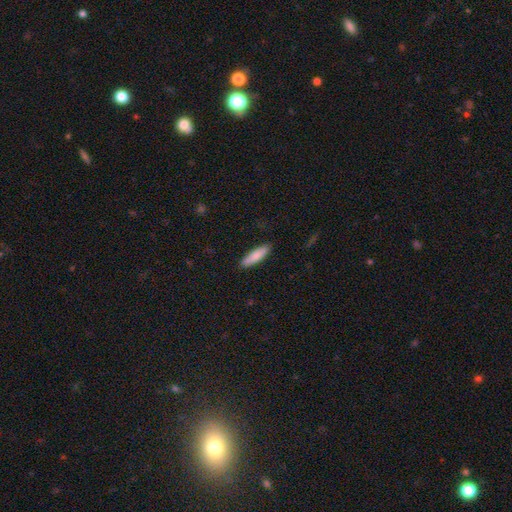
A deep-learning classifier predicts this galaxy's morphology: smooth-or-featured: smooth: 84% | featured or disk: 10% | star or artifact: 5%
  how-rounded: cigar-shaped: 68% | in between: 30% | round: 1%
  merging: none: 88% | minor disturbance: 9% | major disturbance: 2% | merger: 1%